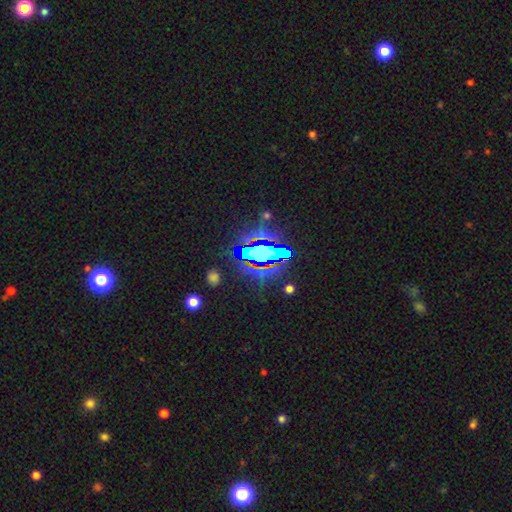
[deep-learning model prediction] This appears to be a star or artifact, not a galaxy (64%).